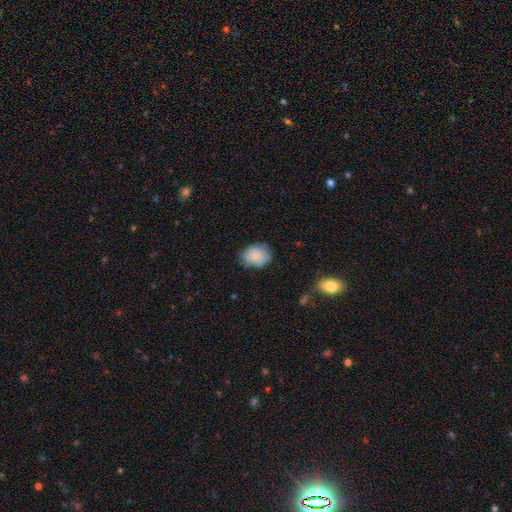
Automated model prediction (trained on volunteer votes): smooth_or_featured: smooth (p=0.81) [alt: featured or disk p=0.12]
how_rounded: in between (p=0.56) [alt: round p=0.43]
merging: none (p=0.73) [alt: minor disturbance p=0.21]